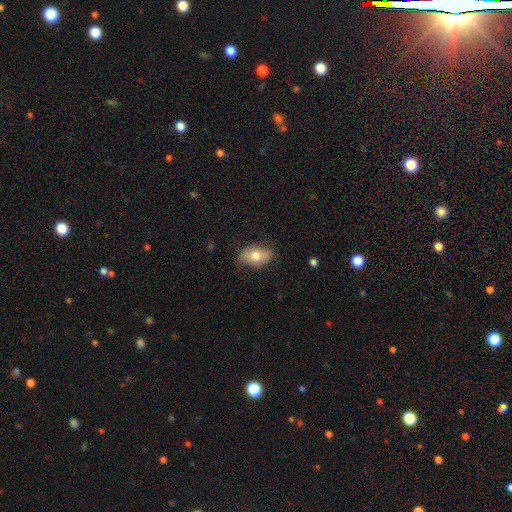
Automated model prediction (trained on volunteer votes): Smooth or featured?
  - smooth: 69% *
  - featured or disk: 24%
  - star or artifact: 7%
How rounded?
  - in between: 87% *
  - round: 11%
  - cigar-shaped: 2%
Merging?
  - none: 76% *
  - minor disturbance: 19%
  - major disturbance: 4%
  - merger: 1%